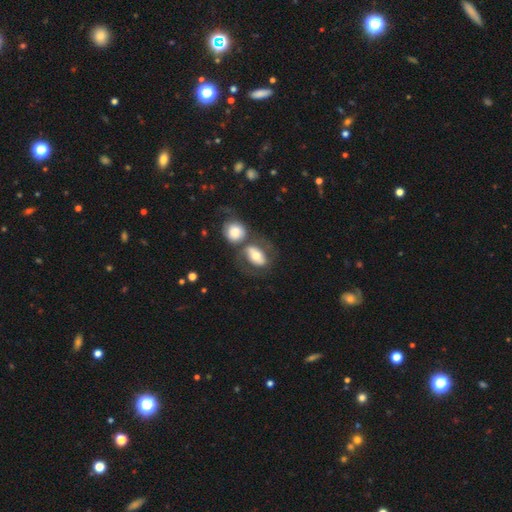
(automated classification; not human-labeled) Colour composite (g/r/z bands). It shows a smooth galaxy with no disk features (51%) that is in between round and cigar-shaped (75%). Merging: merger (40%).